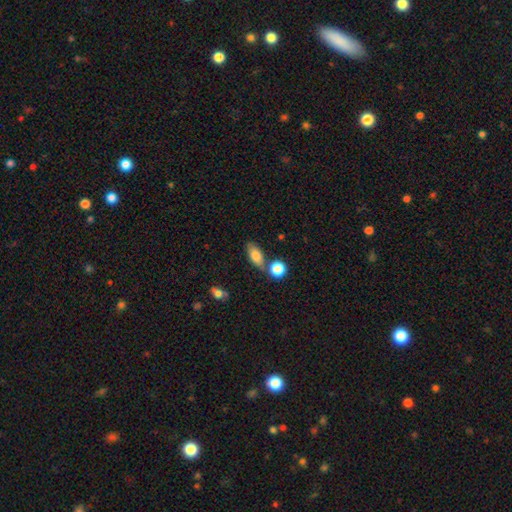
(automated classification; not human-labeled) The model was most divided on "merging": none: 67%, merger: 15%, minor disturbance: 14%, major disturbance: 4%. More confident: how rounded — in between (80%); smooth or featured — smooth (79%).